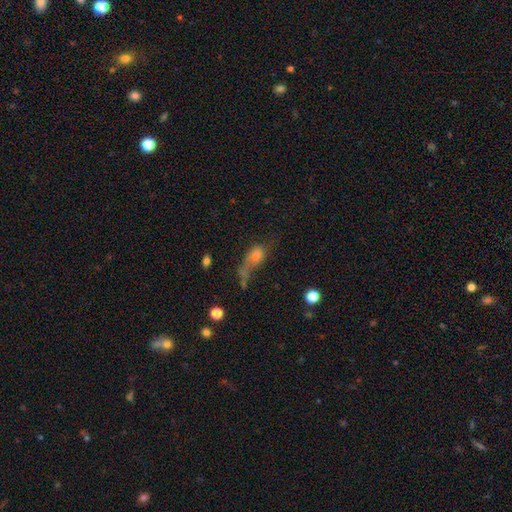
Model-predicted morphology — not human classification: Smooth or featured?
  - smooth: 53% *
  - featured or disk: 29%
  - star or artifact: 18%
How rounded?
  - in between: 62% *
  - round: 20%
  - cigar-shaped: 18%
Merging?
  - major disturbance: 40% *
  - none: 25%
  - minor disturbance: 18%
  - merger: 16%